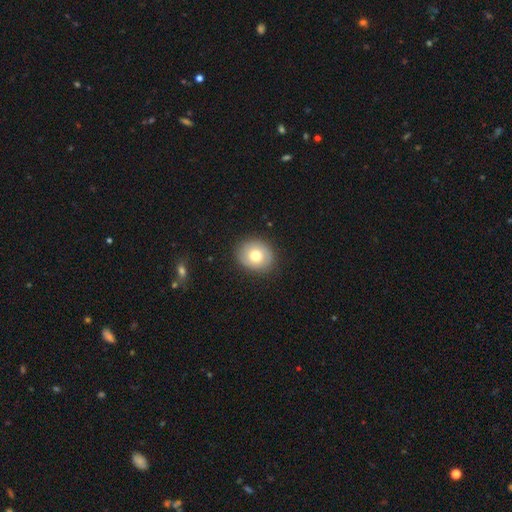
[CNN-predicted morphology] smooth_or_featured: smooth (p=0.67) [alt: featured or disk p=0.25]
how_rounded: round (p=0.67) [alt: in between p=0.32]
merging: none (p=0.86) [alt: minor disturbance p=0.10]